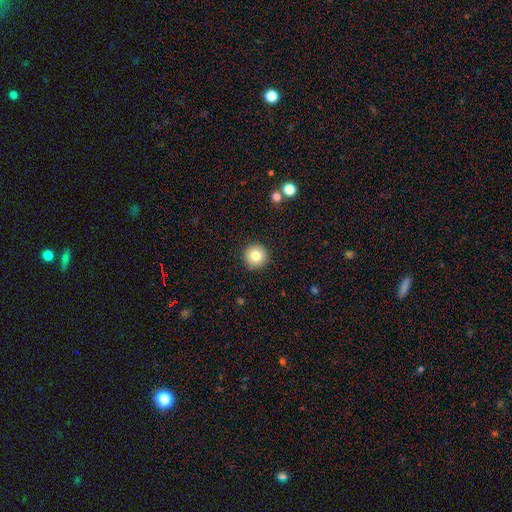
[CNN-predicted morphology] A smooth galaxy with no disk features (80%) that is round (96%). Merging: none (92%).